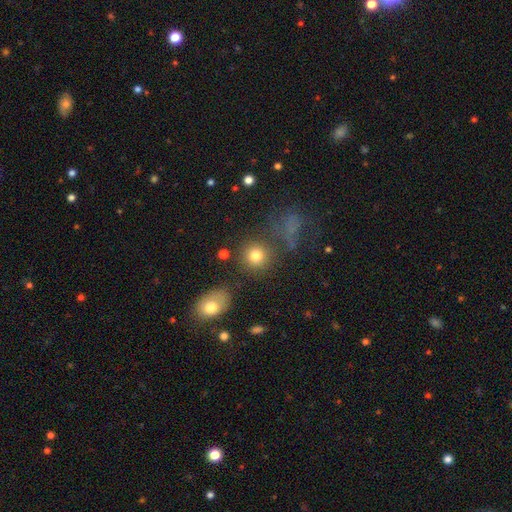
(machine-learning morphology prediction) smooth-or-featured: smooth: 78% | star or artifact: 13% | featured or disk: 9%
  how-rounded: round: 90% | in between: 9% | cigar-shaped: 1%
  merging: none: 76% | minor disturbance: 10% | merger: 9% | major disturbance: 6%